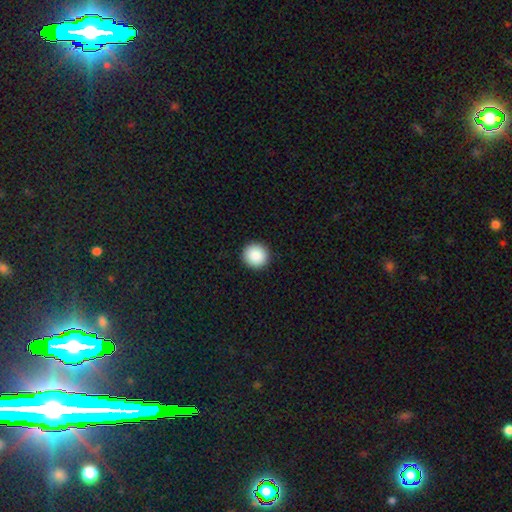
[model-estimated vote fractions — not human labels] smooth 88%, star or artifact 8%, featured or disk 3%. Down the decision tree: how rounded — round (95%); merging — none (93%).